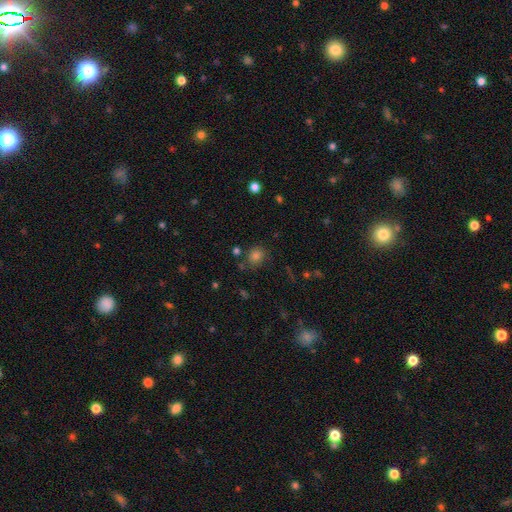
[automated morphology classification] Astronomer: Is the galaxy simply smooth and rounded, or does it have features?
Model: smooth — 79%.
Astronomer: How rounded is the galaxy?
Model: round — 70%.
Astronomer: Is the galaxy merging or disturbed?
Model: none — 77%.